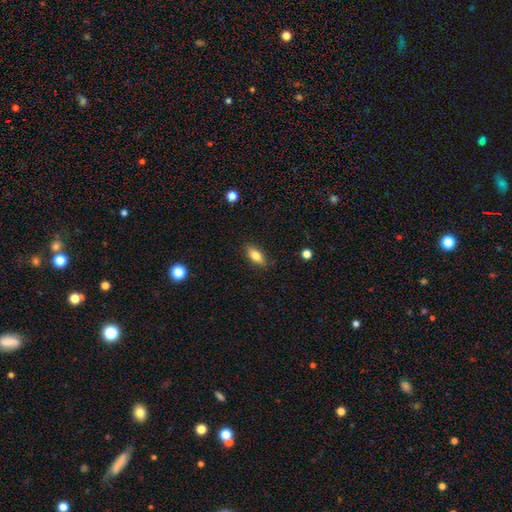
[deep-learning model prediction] Smooth or featured? smooth (76%)
How rounded? in between (75%)
Merging? none (85%)